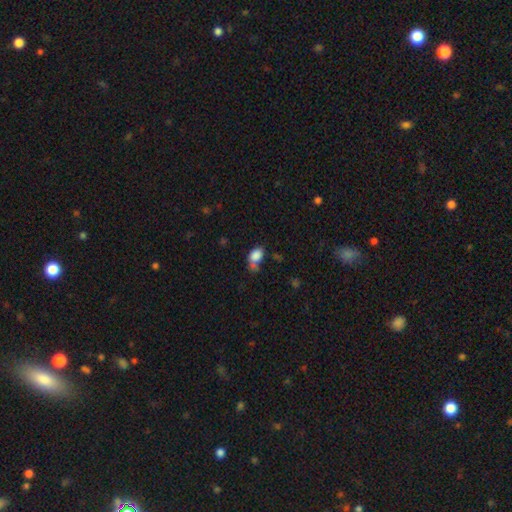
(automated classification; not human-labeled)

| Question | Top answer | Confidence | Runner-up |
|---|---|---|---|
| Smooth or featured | smooth | 83% | star or artifact (10%) |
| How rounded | in between | 80% | round (18%) |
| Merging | none | 39% | minor disturbance (26%) |